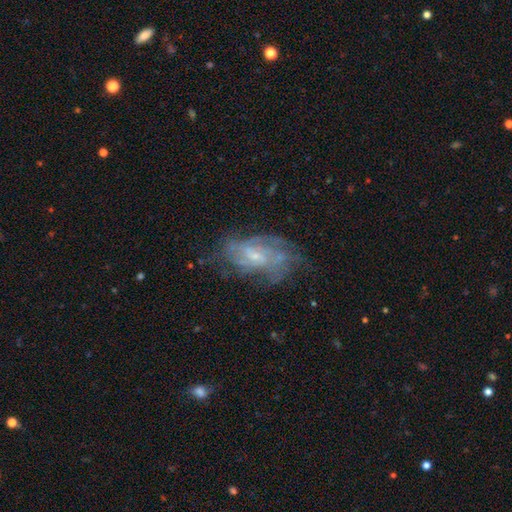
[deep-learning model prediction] smooth-or-featured: featured or disk: 73% | smooth: 17% | star or artifact: 10%
  disk-edge-on: no: 95% | yes: 5%
    bar: no: 51% | weak: 41% | strong: 8%
    has-spiral-arms: yes: 79% | no: 21%
      spiral-winding: tight: 45% | medium: 39% | loose: 16%
      spiral-arm-count: can't tell: 52% | 2: 15% | 3: 13% | 4: 11% | more than 4: 5% | 1: 5%
    bulge-size: small: 63% | moderate: 25% | none: 9% | large: 2% | dominant: 1%
  merging: none: 57% | minor disturbance: 23% | major disturbance: 17% | merger: 3%